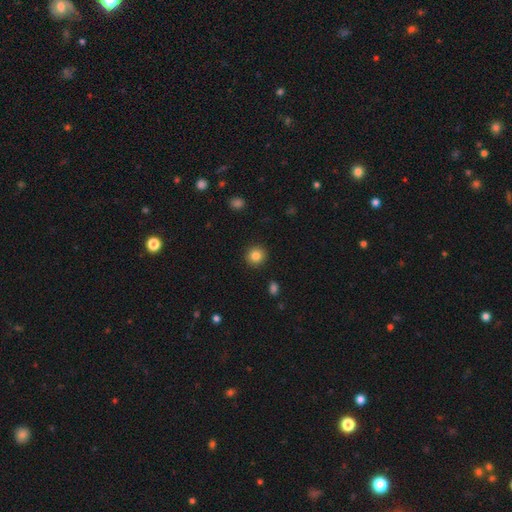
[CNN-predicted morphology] smooth-or-featured: smooth: 84% | star or artifact: 10% | featured or disk: 6%
  how-rounded: round: 91% | in between: 8% | cigar-shaped: 1%
  merging: none: 92% | minor disturbance: 5% | major disturbance: 2% | merger: 1%